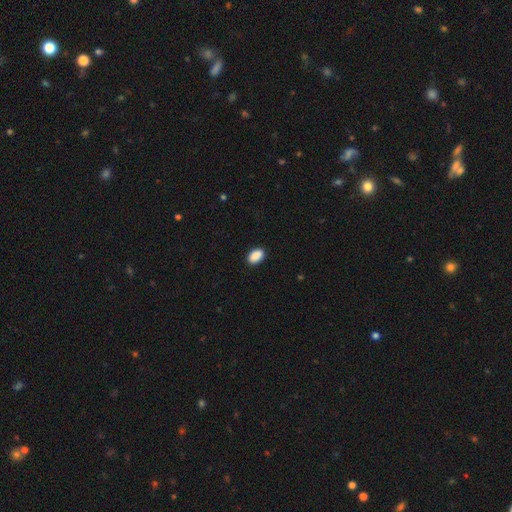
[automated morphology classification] smooth-or-featured: smooth: 90% | star or artifact: 7% | featured or disk: 2%
  how-rounded: in between: 91% | round: 8% | cigar-shaped: 1%
  merging: none: 89% | minor disturbance: 8% | major disturbance: 2% | merger: 1%